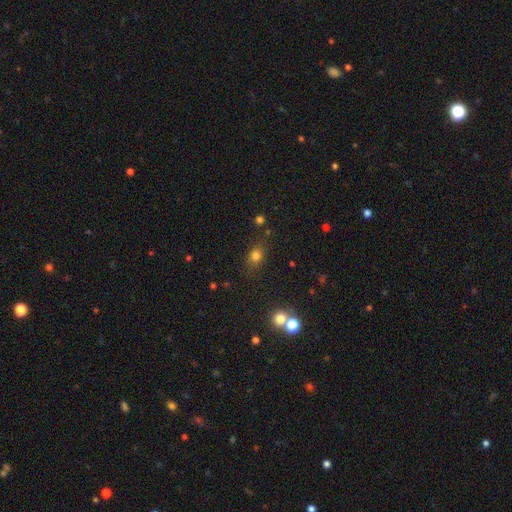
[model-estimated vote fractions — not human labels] This appears to be a smooth galaxy with no disk features (76%) that is round (55%). Merging: none (76%).